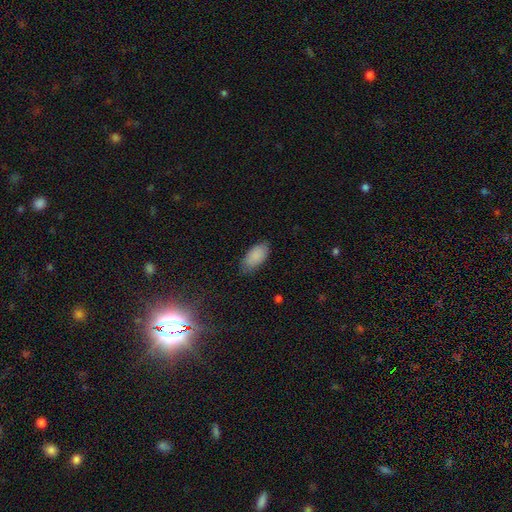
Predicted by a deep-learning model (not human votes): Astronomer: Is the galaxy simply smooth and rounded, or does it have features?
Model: smooth — 88%.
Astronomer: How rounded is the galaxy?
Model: in between — 94%.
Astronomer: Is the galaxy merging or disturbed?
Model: none — 77%.